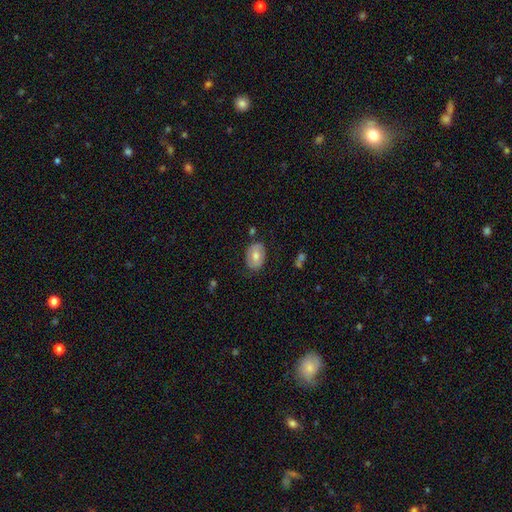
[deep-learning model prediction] This appears to be a smooth galaxy with no disk features (61%) that is in between round and cigar-shaped (78%). Merging: none (79%).